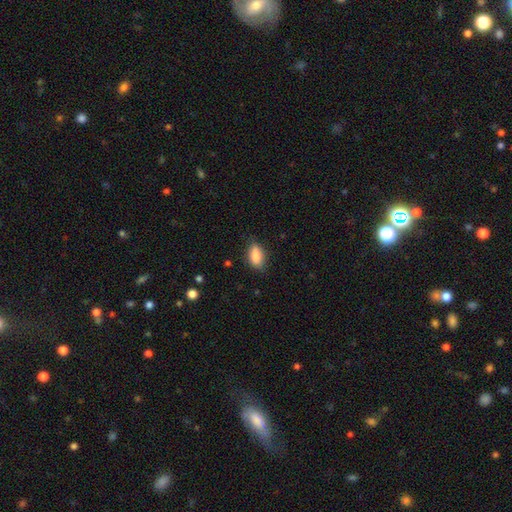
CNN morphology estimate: A smooth galaxy with no disk features (86%) that is in between round and cigar-shaped (88%).

Vote fractions:
- Smooth or featured? smooth: 86% / star or artifact: 7% / featured or disk: 7%
- How rounded? in between: 88% / cigar-shaped: 7% / round: 5%
- Merging? none: 78% / minor disturbance: 17% / major disturbance: 3% / merger: 1%